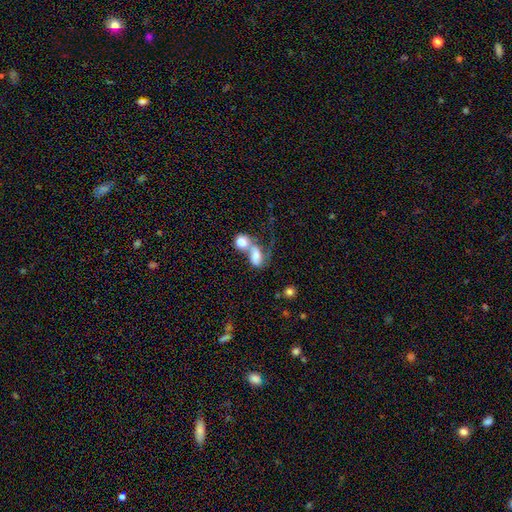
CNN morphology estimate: This appears to be a smooth galaxy with no disk features (64%) that is in between round and cigar-shaped (71%). Merging: merger (76%).